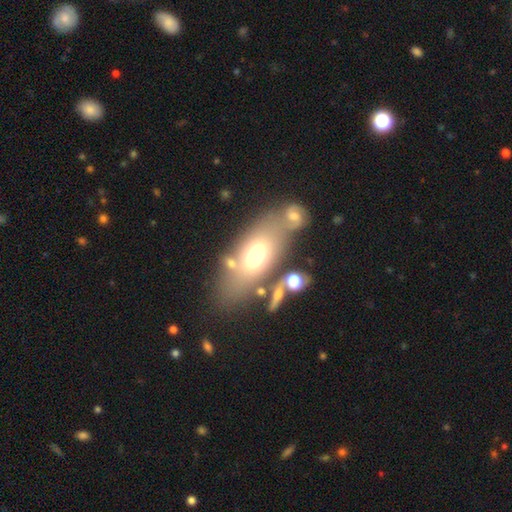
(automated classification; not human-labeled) smooth 61%, featured or disk 28%, star or artifact 11%. Down the decision tree: how rounded — in between (81%); merging — none (60%).